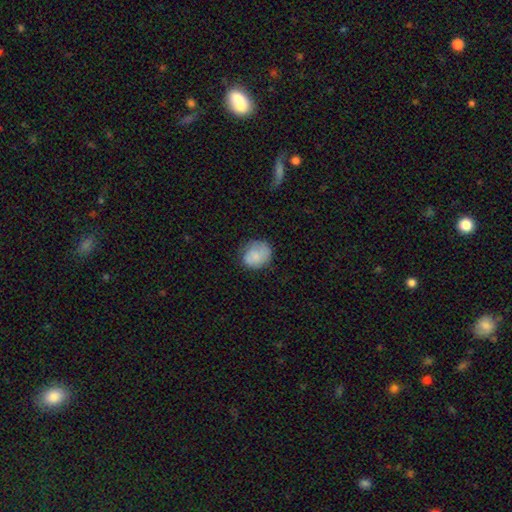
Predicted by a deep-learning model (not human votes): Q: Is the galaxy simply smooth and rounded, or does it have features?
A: smooth — 76%.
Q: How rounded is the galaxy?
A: round — 67%.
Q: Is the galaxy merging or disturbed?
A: none — 65%.